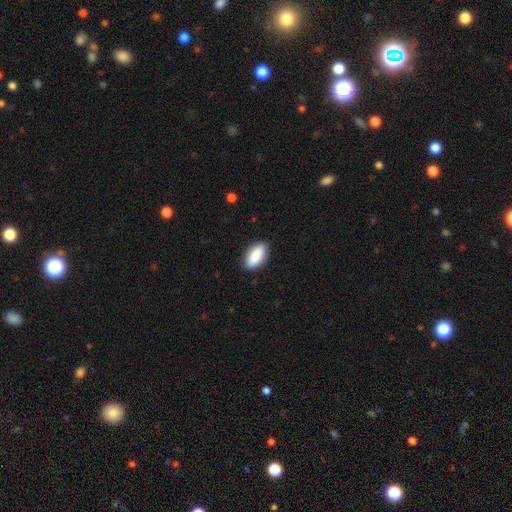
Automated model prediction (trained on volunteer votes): Smooth or featured?
  - smooth: 88% *
  - star or artifact: 6%
  - featured or disk: 6%
How rounded?
  - in between: 89% *
  - cigar-shaped: 8%
  - round: 2%
Merging?
  - none: 88% *
  - minor disturbance: 9%
  - major disturbance: 2%
  - merger: 1%